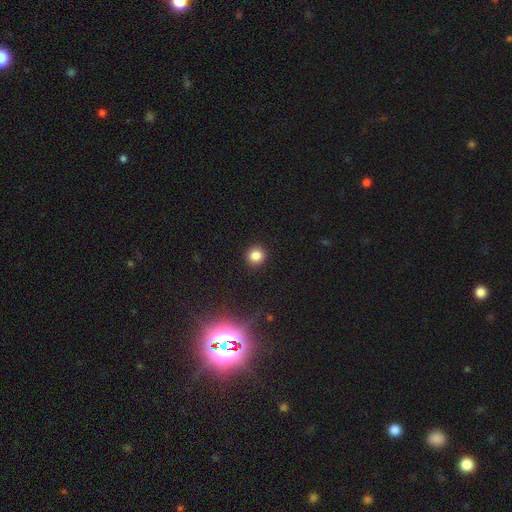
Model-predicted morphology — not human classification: smooth-or-featured: smooth: 83% | star or artifact: 13% | featured or disk: 4%
  how-rounded: round: 92% | in between: 7% | cigar-shaped: 1%
  merging: none: 92% | minor disturbance: 5% | major disturbance: 2% | merger: 1%